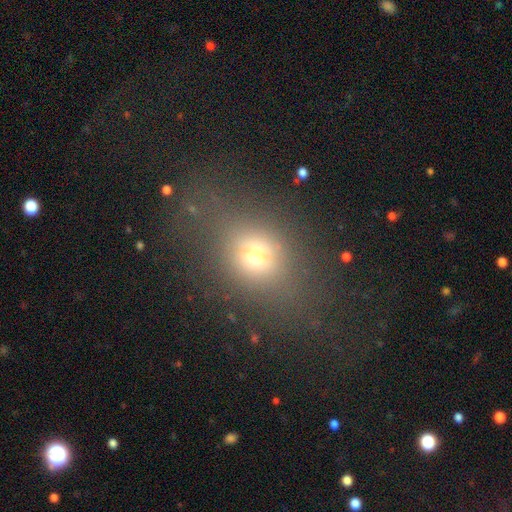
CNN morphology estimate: This appears to be a smooth galaxy with no disk features (55%) that is round (48%, tied with in between). Merging: none (64%).